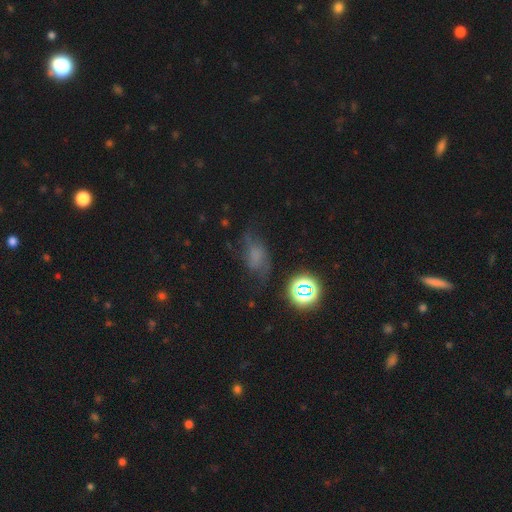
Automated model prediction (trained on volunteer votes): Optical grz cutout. It shows a smooth galaxy with no disk features (44%). Merging: none (49%).